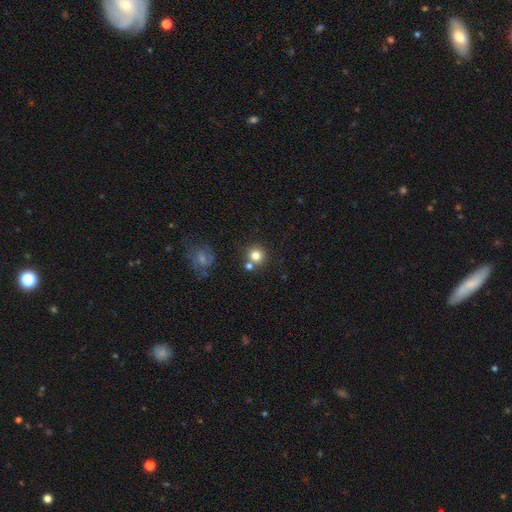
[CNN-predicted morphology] A smooth galaxy with no disk features (79%) that is round (91%).

Vote fractions:
- Smooth or featured? smooth: 79% / star or artifact: 11% / featured or disk: 10%
- How rounded? round: 91% / in between: 8% / cigar-shaped: 1%
- Merging? none: 69% / merger: 18% / minor disturbance: 9% / major disturbance: 3%